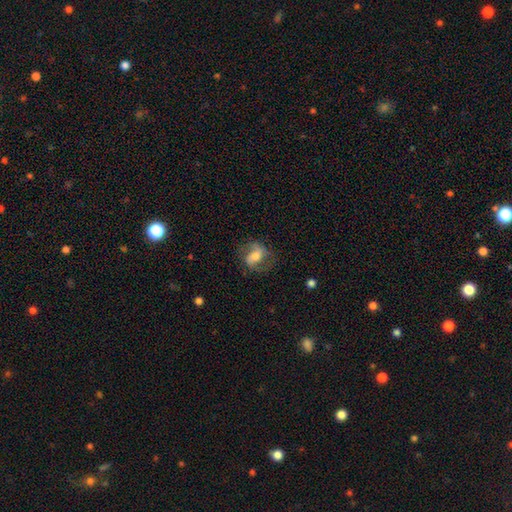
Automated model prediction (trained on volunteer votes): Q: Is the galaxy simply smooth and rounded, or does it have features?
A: featured or disk — 63%.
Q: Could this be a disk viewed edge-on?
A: no — 95%.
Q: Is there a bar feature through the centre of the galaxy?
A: weak — 41%.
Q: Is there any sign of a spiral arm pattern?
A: yes — 85%.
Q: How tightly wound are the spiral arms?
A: medium — 45%.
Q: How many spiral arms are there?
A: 2 — 84%.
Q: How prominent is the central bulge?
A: moderate — 61%.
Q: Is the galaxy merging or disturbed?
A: none — 69%.